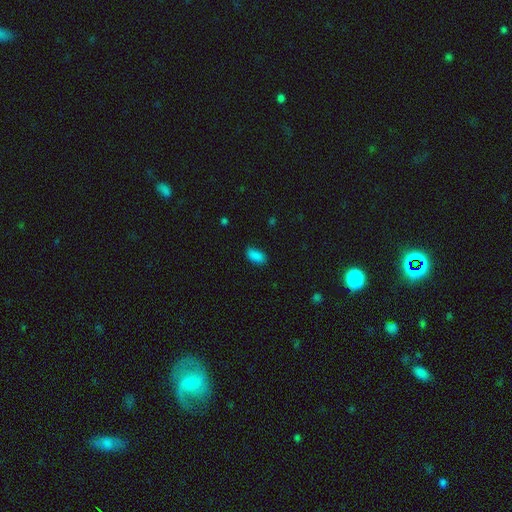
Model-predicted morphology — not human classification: Smooth or featured?
  - smooth: 87% *
  - star or artifact: 10%
  - featured or disk: 4%
How rounded?
  - in between: 92% *
  - cigar-shaped: 4%
  - round: 4%
Merging?
  - none: 81% *
  - minor disturbance: 14%
  - major disturbance: 3%
  - merger: 1%